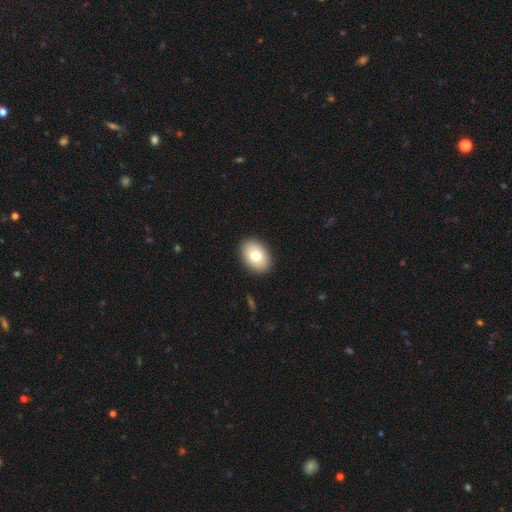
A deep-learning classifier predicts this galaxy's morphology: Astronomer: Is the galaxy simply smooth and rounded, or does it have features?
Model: smooth — 76%.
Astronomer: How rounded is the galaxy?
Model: in between — 82%.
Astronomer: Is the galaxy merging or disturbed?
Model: none — 90%.